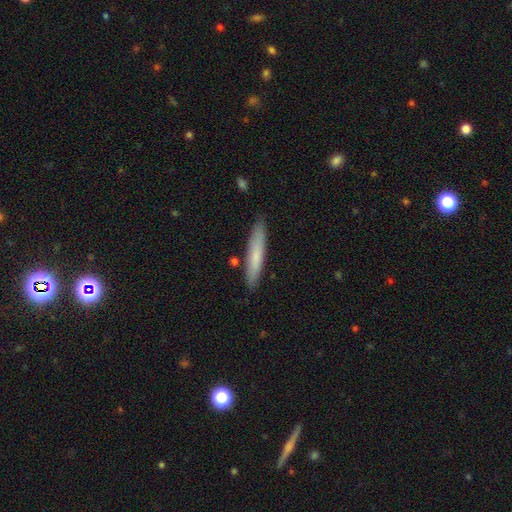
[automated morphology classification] This appears to be a smooth galaxy with no disk features (72%) that is cigar-shaped (92%). Merging: none (87%).